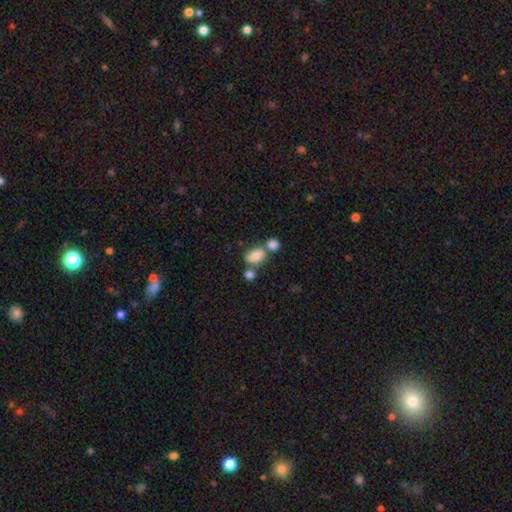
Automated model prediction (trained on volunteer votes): smooth 76%, featured or disk 14%, star or artifact 9%. Down the decision tree: how rounded — in between (79%); merging — none (45%).